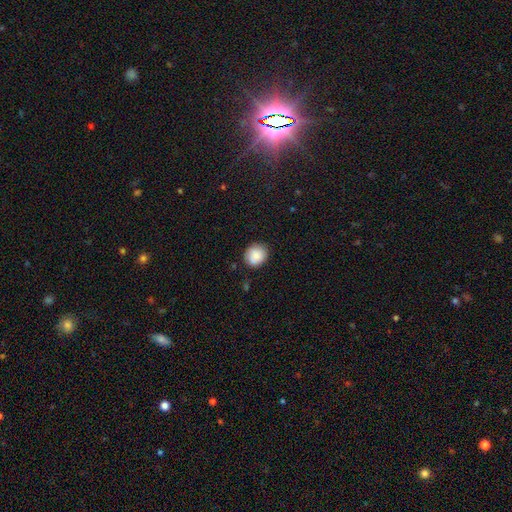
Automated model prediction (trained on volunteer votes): smooth_or_featured: smooth (p=0.87) [alt: star or artifact p=0.08]
how_rounded: round (p=0.82) [alt: in between p=0.17]
merging: none (p=0.84) [alt: minor disturbance p=0.12]